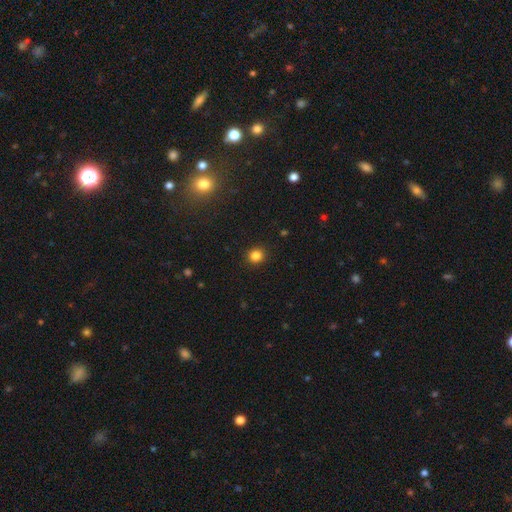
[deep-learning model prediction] A smooth galaxy with no disk features (83%) that is round (89%). Merging: none (92%).